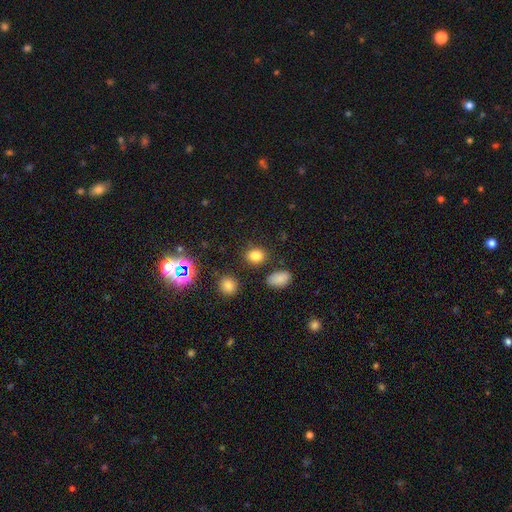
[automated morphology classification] A smooth galaxy with no disk features (80%) that is round (53%). Merging: none (83%).